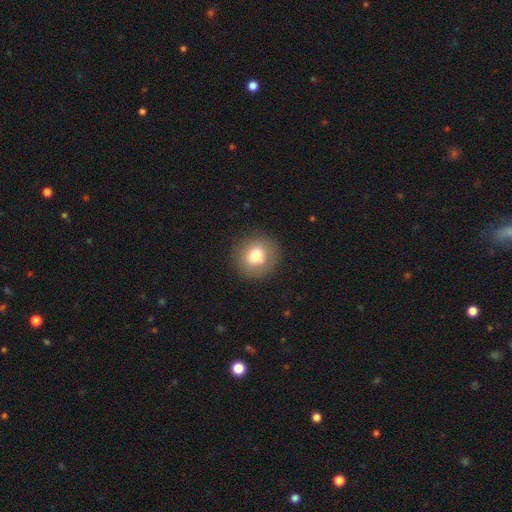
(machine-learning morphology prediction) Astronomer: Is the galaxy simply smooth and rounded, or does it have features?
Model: smooth — 73%.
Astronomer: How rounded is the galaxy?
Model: round — 91%.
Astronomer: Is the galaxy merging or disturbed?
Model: none — 87%.